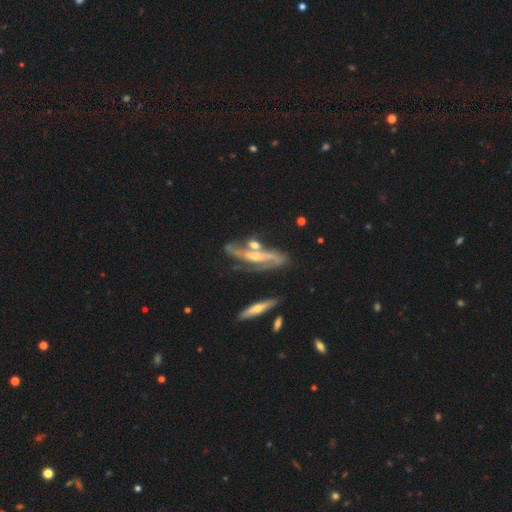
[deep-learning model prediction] smooth_or_featured: featured or disk (p=0.82) [alt: smooth p=0.11]
disk_edge_on: no (p=0.68) [alt: yes p=0.32]
bar: no (p=0.42) [alt: weak p=0.35]
has_spiral_arms: yes (p=0.87) [alt: no p=0.13]
bulge_size: small (p=0.52) [alt: moderate p=0.36]
merging: none (p=0.47) [alt: merger p=0.22]